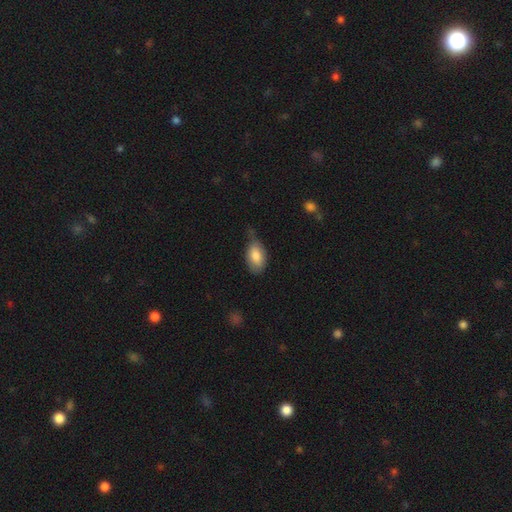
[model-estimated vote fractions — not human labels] Smooth or featured? Predicted: smooth (p=0.82). How rounded? Predicted: in between (p=0.92). Merging? Predicted: none (p=0.42).